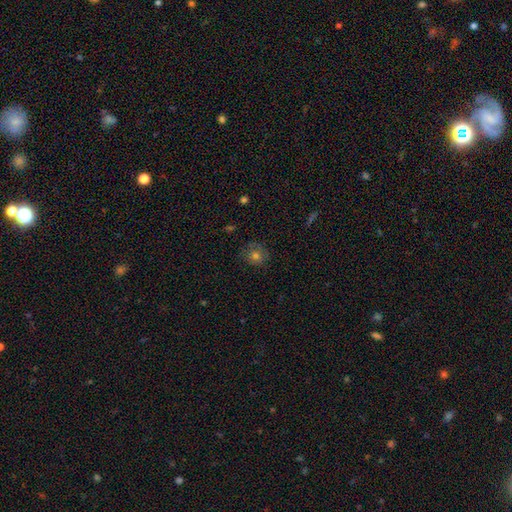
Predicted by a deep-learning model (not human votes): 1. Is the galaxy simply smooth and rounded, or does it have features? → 63% smooth, 19% star or artifact, 17% featured or disk.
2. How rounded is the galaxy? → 87% round, 12% in between, 1% cigar-shaped.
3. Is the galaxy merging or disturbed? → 81% none, 14% minor disturbance, 4% major disturbance, 1% merger.